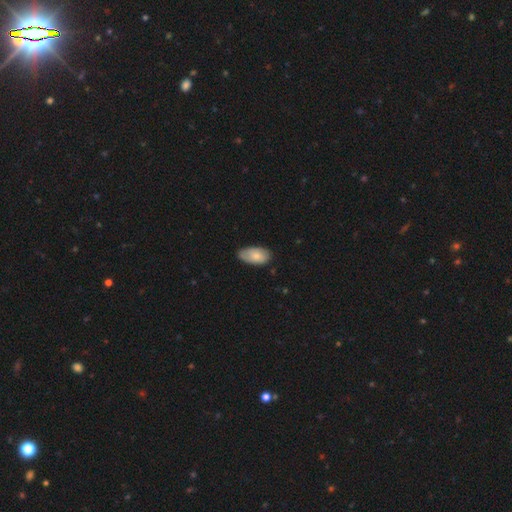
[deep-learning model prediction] Smooth or featured?
  - smooth: 74% *
  - featured or disk: 21%
  - star or artifact: 6%
How rounded?
  - in between: 94% *
  - round: 3%
  - cigar-shaped: 3%
Merging?
  - none: 67% *
  - minor disturbance: 28%
  - major disturbance: 4%
  - merger: 1%